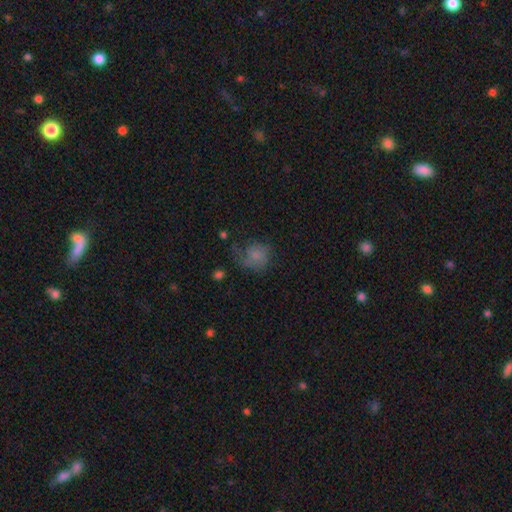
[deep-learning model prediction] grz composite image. It shows a smooth galaxy with no disk features (62%) that is round (72%). Merging: none (39%).